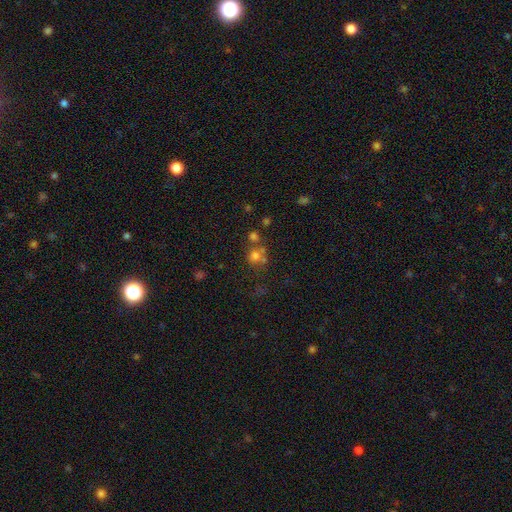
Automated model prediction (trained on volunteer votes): A smooth galaxy with no disk features (66%) that is round (84%).

Vote fractions:
- Smooth or featured? smooth: 66% / star or artifact: 21% / featured or disk: 13%
- How rounded? round: 84% / in between: 15% / cigar-shaped: 1%
- Merging? none: 51% / merger: 34% / minor disturbance: 10% / major disturbance: 6%